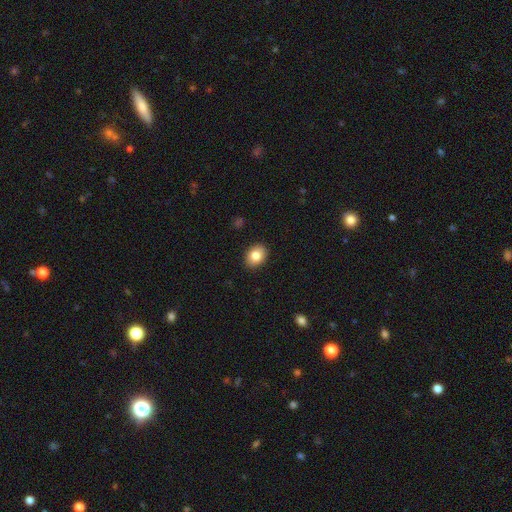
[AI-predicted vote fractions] This is clearly a smooth galaxy (83%). How rounded: likely in between (64%). Merging: clearly none (90%).